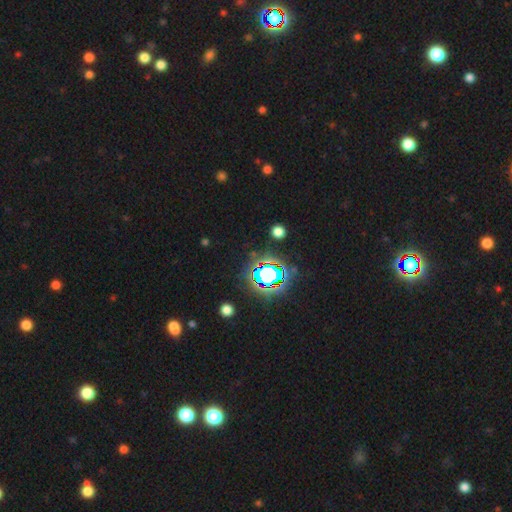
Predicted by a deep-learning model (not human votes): The model was most divided on "smooth or featured": star or artifact: 81%, smooth: 11%, featured or disk: 7%.